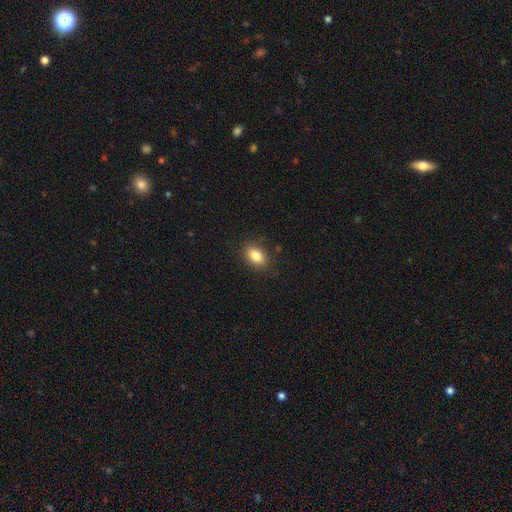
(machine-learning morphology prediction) smooth-or-featured: smooth: 85% | star or artifact: 9% | featured or disk: 7%
  how-rounded: in between: 83% | round: 15% | cigar-shaped: 2%
  merging: none: 86% | minor disturbance: 10% | major disturbance: 3% | merger: 1%